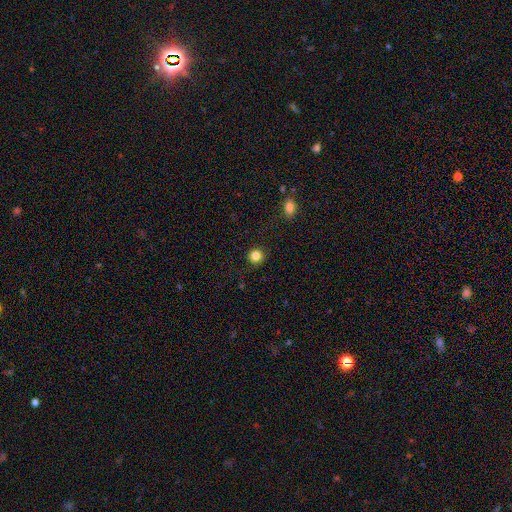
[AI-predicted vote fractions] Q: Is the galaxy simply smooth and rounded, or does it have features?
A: smooth — 84%.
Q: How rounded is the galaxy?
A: round — 94%.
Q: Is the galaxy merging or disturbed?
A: none — 91%.